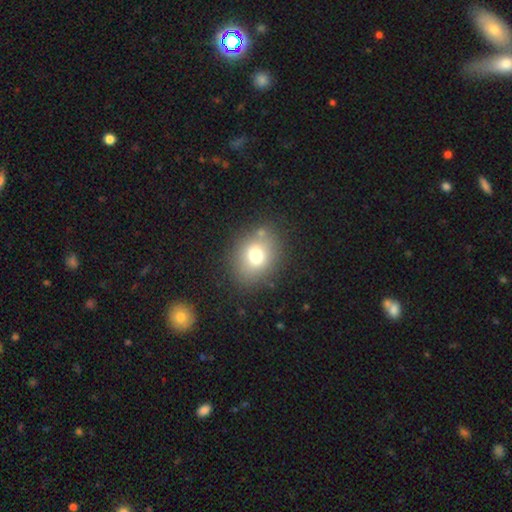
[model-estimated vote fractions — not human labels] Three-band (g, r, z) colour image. It shows a smooth galaxy with no disk features (73%) that is round (53%). Merging: none (78%).